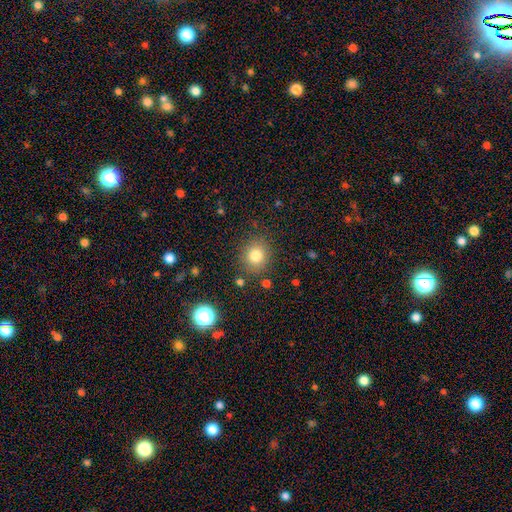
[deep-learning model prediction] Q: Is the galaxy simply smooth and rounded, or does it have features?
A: smooth — 80%.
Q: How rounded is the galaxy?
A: round — 80%.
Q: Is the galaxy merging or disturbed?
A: none — 84%.